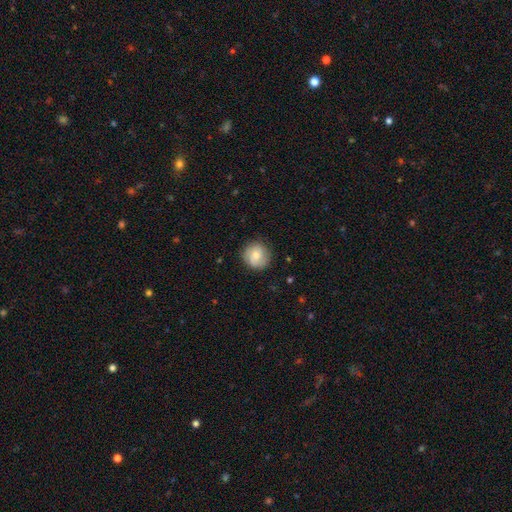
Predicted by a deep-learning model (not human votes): Smooth or featured?
  - smooth: 66% *
  - featured or disk: 27%
  - star or artifact: 7%
How rounded?
  - round: 92% *
  - in between: 7%
  - cigar-shaped: 1%
Merging?
  - none: 84% *
  - minor disturbance: 12%
  - major disturbance: 3%
  - merger: 1%